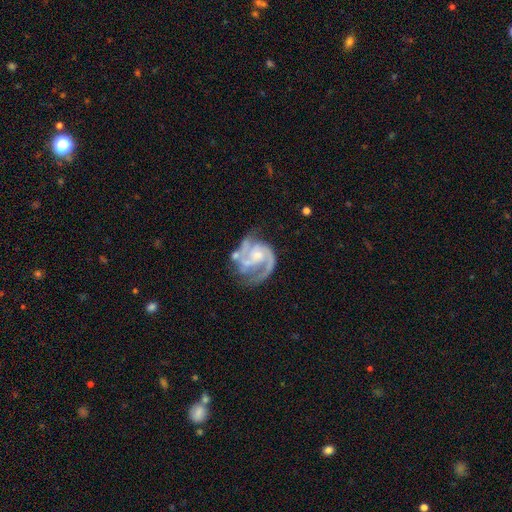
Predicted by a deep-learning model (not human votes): A featured or disk galaxy (90%) with no bar (58%), 2 (72%) medium (53%) spiral arms (97%) and a small central bulge (46%).

Vote fractions:
- Smooth or featured? featured or disk: 90% / smooth: 5% / star or artifact: 5%
- Edge-on disk? no: 98% / yes: 2%
- Bar? no: 58% / weak: 34% / strong: 9%
- Spiral arms? yes: 97% / no: 3%
- Spiral winding? medium: 53% / tight: 33% / loose: 14%
- Spiral arm count? 2: 72% / 3: 13% / can't tell: 6% / 1: 4% / 4: 2% / more than 4: 2%
- Bulge size? small: 46% / moderate: 38% / none: 11% / large: 4% / dominant: 1%
- Merging? none: 53% / minor disturbance: 22% / major disturbance: 17% / merger: 8%